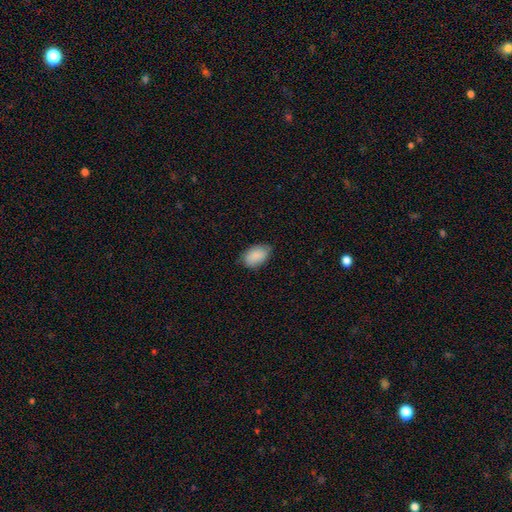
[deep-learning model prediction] A smooth galaxy with no disk features (88%) that is in between round and cigar-shaped (92%). Merging: none (75%).